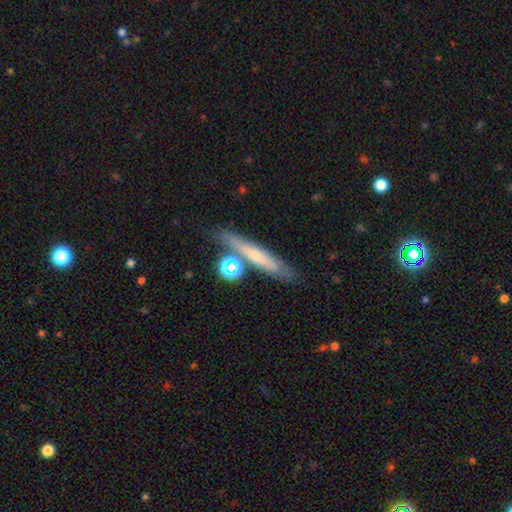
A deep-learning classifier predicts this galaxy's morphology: Overall: smooth (53%; featured or disk 38%). How rounded: cigar-shaped (85%). Merging: none (68%).